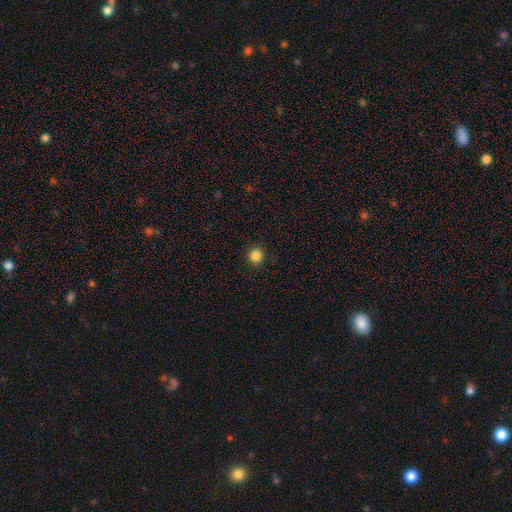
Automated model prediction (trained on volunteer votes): smooth_or_featured: smooth (p=0.85) [alt: star or artifact p=0.12]
how_rounded: round (p=0.95) [alt: in between p=0.04]
merging: none (p=0.92) [alt: minor disturbance p=0.05]